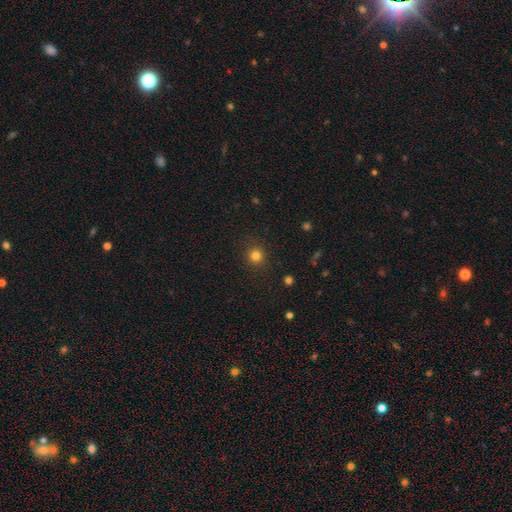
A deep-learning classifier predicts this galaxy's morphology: This is clearly a smooth galaxy (81%). How rounded: clearly round (92%). Merging: clearly none (90%).